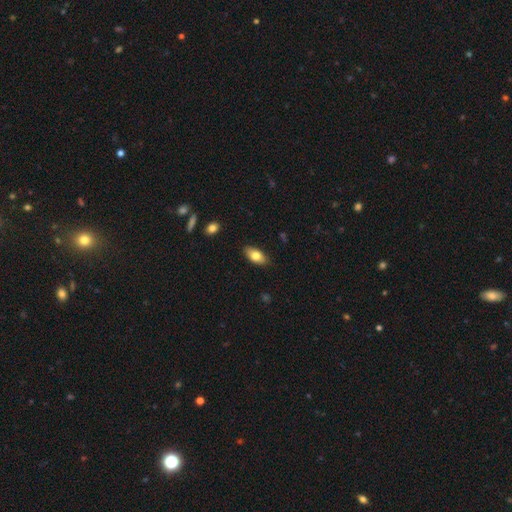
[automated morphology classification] Smooth or featured?
  - smooth: 78% *
  - featured or disk: 15%
  - star or artifact: 7%
How rounded?
  - in between: 90% *
  - cigar-shaped: 7%
  - round: 3%
Merging?
  - none: 86% *
  - minor disturbance: 11%
  - major disturbance: 2%
  - merger: 1%